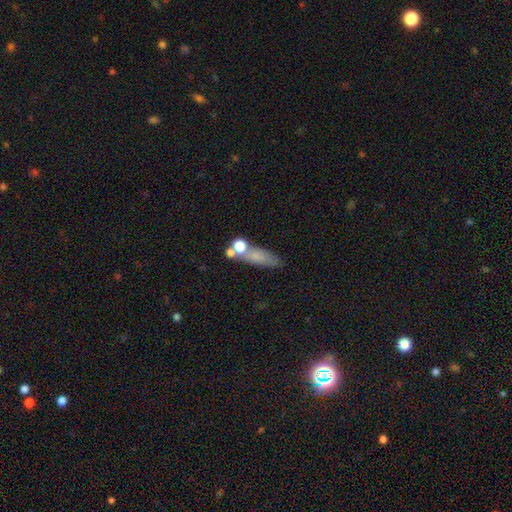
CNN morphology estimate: Smooth or featured: smooth — 63% (featured or disk — 23%)
How rounded: cigar-shaped — 46% (in between — 41%)
Merging: none — 53% (merger — 22%)